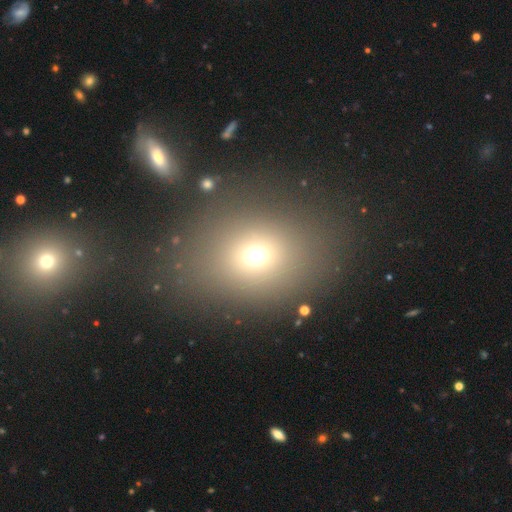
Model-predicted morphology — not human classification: Smooth or featured?
  - smooth: 67% *
  - star or artifact: 20%
  - featured or disk: 13%
How rounded?
  - round: 50% *
  - in between: 48%
  - cigar-shaped: 1%
Merging?
  - none: 74% *
  - minor disturbance: 12%
  - major disturbance: 8%
  - merger: 7%